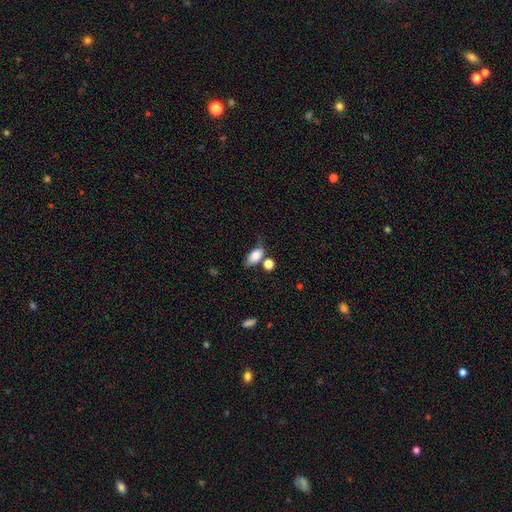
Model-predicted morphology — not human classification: Smooth or featured? smooth (82%)
How rounded? in between (88%)
Merging? none (43%)